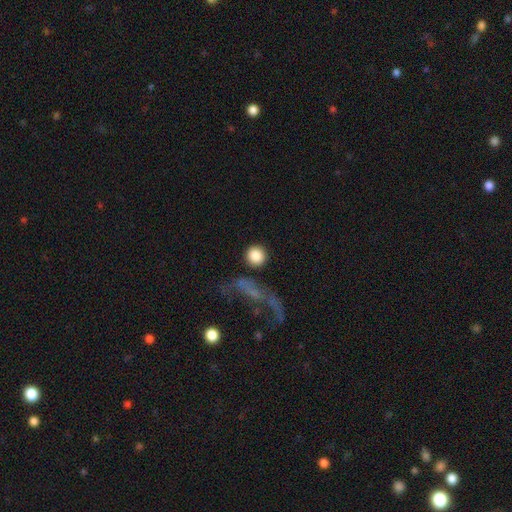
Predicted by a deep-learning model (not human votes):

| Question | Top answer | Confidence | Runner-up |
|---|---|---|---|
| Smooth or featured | smooth | 84% | featured or disk (8%) |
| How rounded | round | 93% | in between (5%) |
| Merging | none | 77% | minor disturbance (9%) |